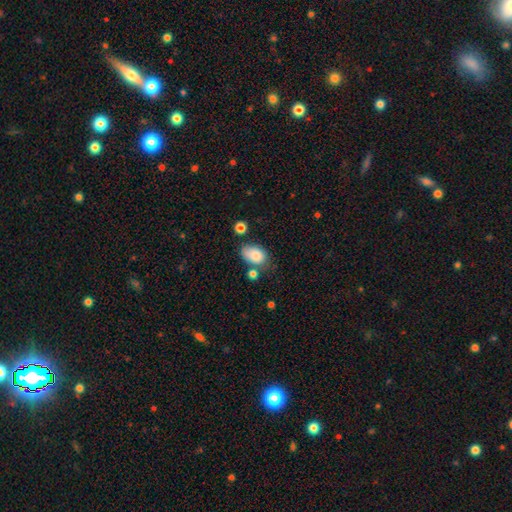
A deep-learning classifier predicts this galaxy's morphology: Smooth or featured: smooth — 83% (featured or disk — 9%)
How rounded: in between — 86% (round — 13%)
Merging: none — 52% (minor disturbance — 28%)